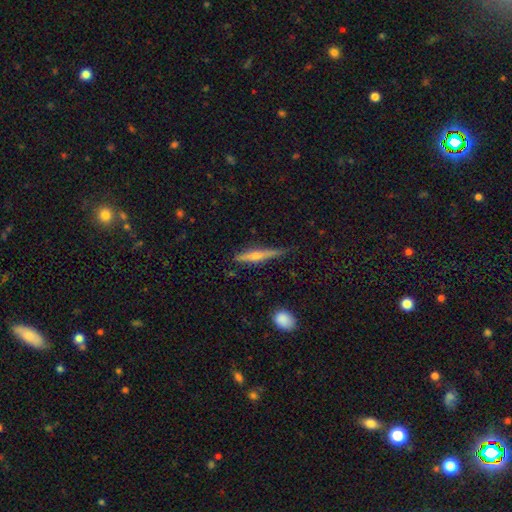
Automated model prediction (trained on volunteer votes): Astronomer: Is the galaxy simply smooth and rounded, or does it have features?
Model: featured or disk — 59%.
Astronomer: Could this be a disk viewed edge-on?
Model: yes — 97%.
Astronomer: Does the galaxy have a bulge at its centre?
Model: rounded — 79%.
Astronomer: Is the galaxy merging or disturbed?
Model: none — 80%.